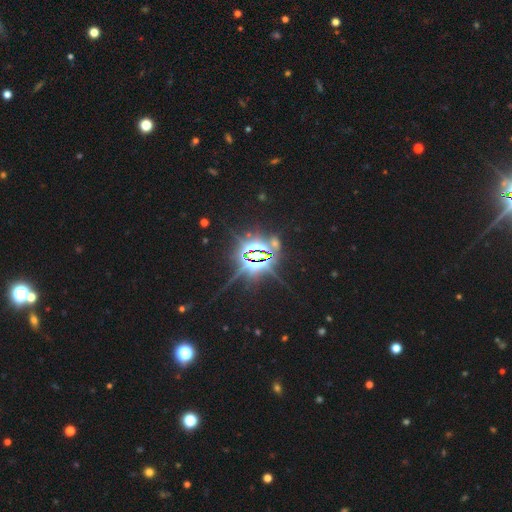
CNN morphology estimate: smooth_or_featured: star or artifact (p=0.84) [alt: featured or disk p=0.09]